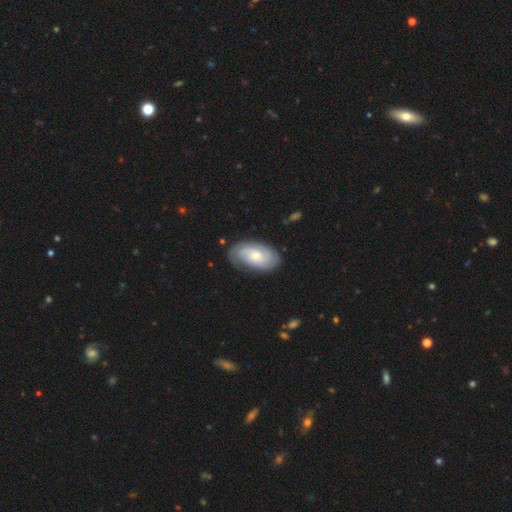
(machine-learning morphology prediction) Smooth or featured? featured or disk (66%)
Edge-on disk? no (95%)
Bar? no (67%)
Spiral arms? yes (92%)
Spiral winding? tight (57%)
Spiral arm count? 2 (39%)
Bulge size? small (45%)
Merging? none (77%)